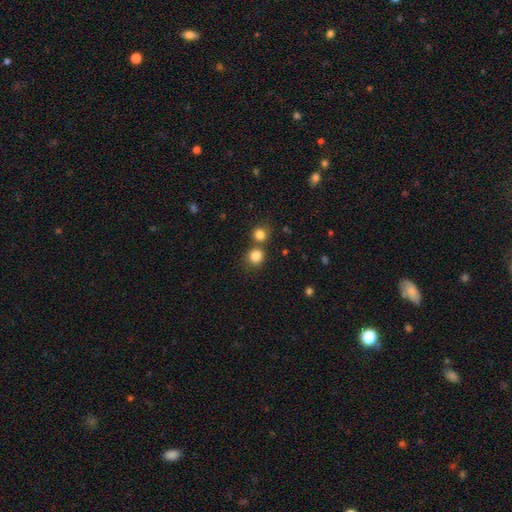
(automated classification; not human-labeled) This is clearly a smooth galaxy (84%). How rounded: clearly round (86%). Merging: likely none (62%).